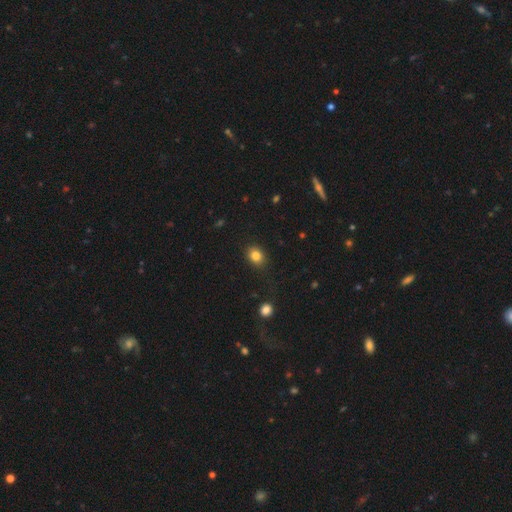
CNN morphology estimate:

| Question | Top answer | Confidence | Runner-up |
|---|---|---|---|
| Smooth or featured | smooth | 83% | star or artifact (11%) |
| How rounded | round | 50% | in between (49%) |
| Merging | none | 85% | minor disturbance (10%) |